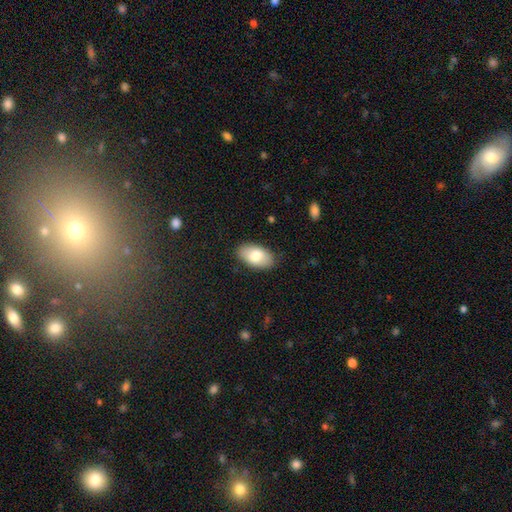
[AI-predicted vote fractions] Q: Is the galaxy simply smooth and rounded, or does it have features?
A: smooth — 78%.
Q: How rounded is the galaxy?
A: in between — 94%.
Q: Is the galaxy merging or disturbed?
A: none — 85%.